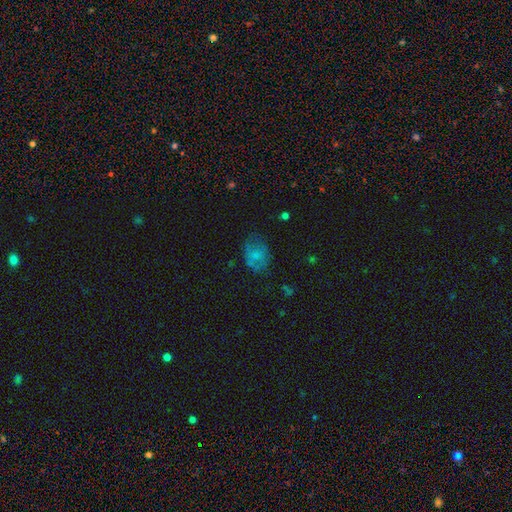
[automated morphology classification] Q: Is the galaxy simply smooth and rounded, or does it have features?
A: smooth — 62%.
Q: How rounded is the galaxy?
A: in between — 67%.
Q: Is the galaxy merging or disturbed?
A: none — 53%.